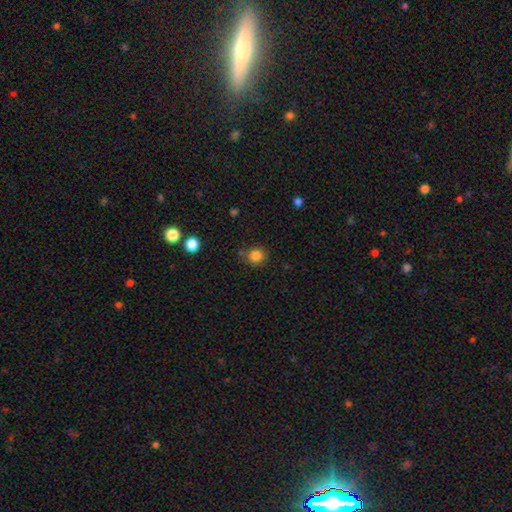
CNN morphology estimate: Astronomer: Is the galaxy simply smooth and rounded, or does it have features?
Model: smooth — 84%.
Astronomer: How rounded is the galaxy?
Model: round — 84%.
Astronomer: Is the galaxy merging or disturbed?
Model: none — 77%.